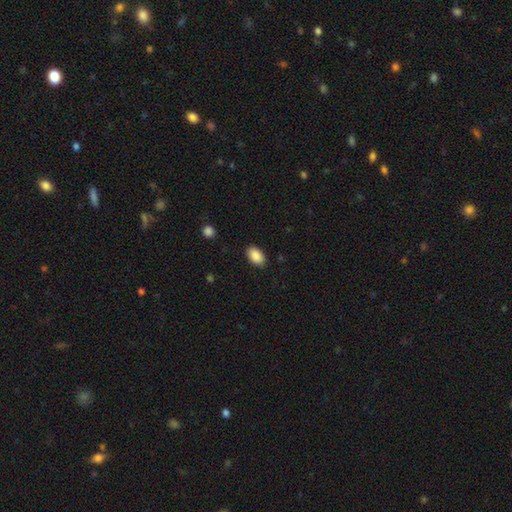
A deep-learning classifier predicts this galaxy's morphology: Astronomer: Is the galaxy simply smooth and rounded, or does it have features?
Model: smooth — 89%.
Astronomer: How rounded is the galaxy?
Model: in between — 93%.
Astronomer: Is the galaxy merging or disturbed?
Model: none — 88%.